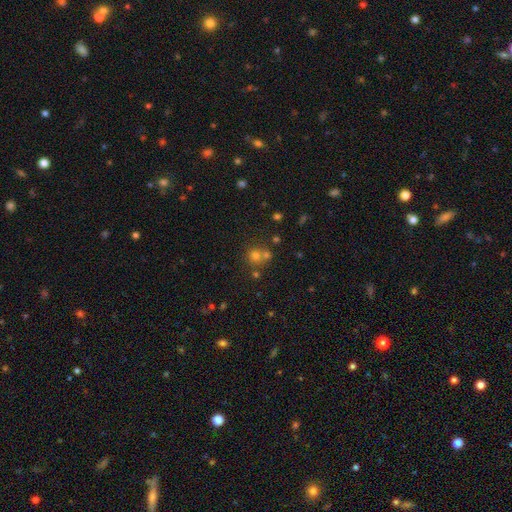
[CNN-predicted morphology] Q: Smooth or featured?
A: smooth (65%); runner-up: star or artifact (22%)
Q: How rounded?
A: round (88%); runner-up: in between (11%)
Q: Merging?
A: none (55%); runner-up: merger (34%)